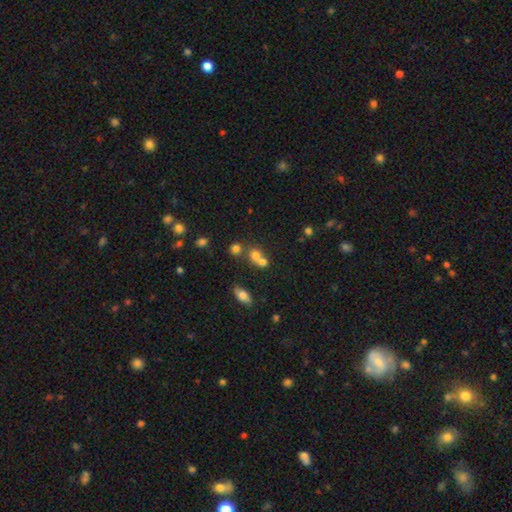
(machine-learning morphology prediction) Overall: smooth (70%). How rounded: round (74%). Merging: merger (52%; none 37%).